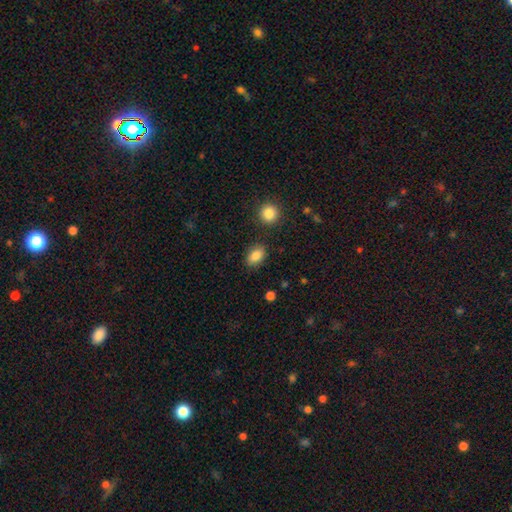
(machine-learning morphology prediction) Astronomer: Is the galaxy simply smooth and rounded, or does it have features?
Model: smooth — 85%.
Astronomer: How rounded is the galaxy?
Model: in between — 84%.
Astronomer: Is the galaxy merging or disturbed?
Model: none — 84%.